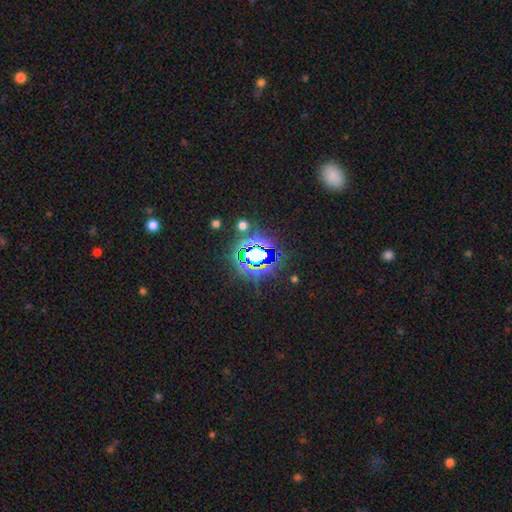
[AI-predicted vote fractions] Smooth or featured? star or artifact (71%)